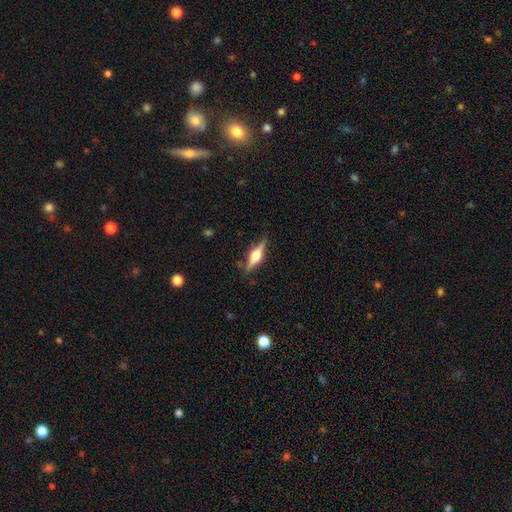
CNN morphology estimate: This is likely a featured or disk galaxy (71%). It is clearly viewed edge-on (97%). Edge-on bulge: clearly rounded (94%). Merging: clearly none (84%).